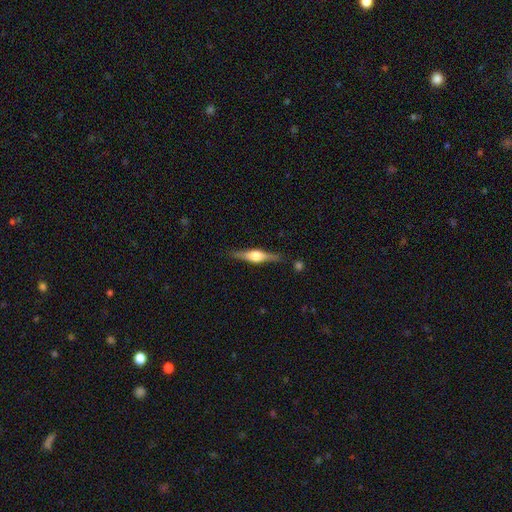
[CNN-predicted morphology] A featured or disk galaxy (72%) viewed edge-on (97%) with a rounded central bulge (88%).

Vote fractions:
- Smooth or featured? featured or disk: 72% / smooth: 22% / star or artifact: 6%
- Edge-on disk? yes: 97% / no: 3%
- Edge-on bulge? rounded: 88% / boxy: 10% / none: 2%
- Merging? none: 85% / minor disturbance: 10% / major disturbance: 3% / merger: 2%